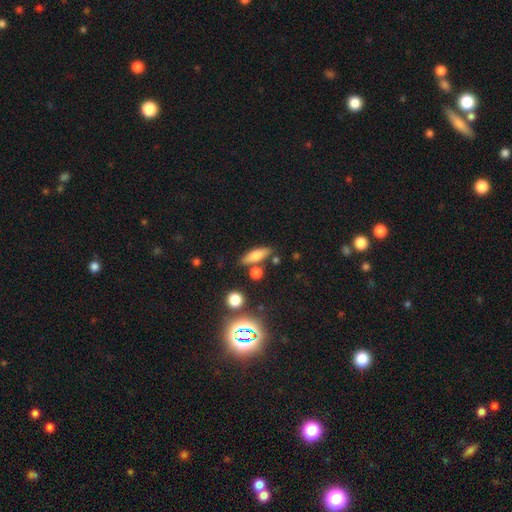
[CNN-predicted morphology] Overall: smooth (70%). How rounded: in between (50%; cigar-shaped 45%). Merging: none (75%).